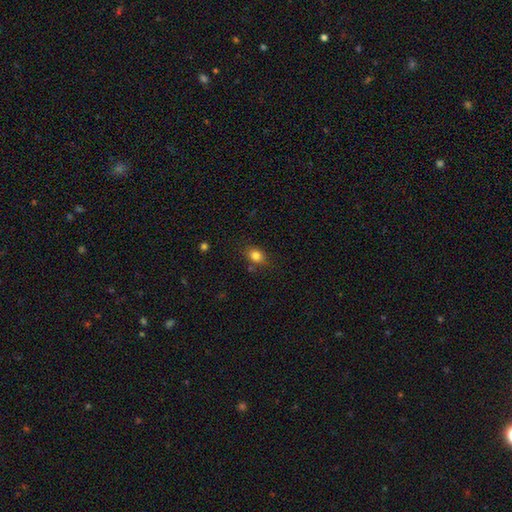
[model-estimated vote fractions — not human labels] This is clearly a smooth galaxy (82%). How rounded: possibly in between (57%). Merging: likely none (78%).